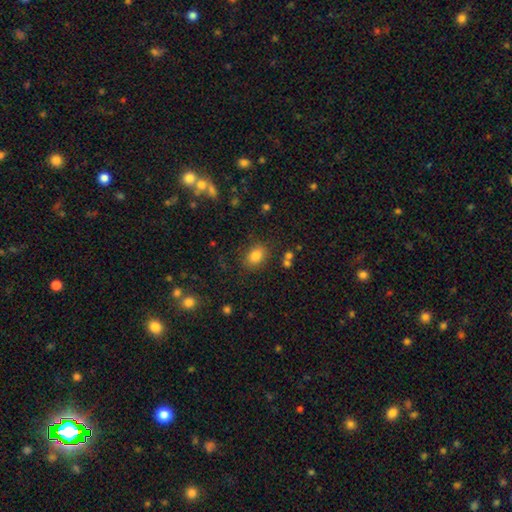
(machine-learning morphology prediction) The model was most divided on "how rounded": in between: 65%, round: 34%, cigar-shaped: 1%. More confident: smooth or featured — smooth (82%); merging — none (80%).